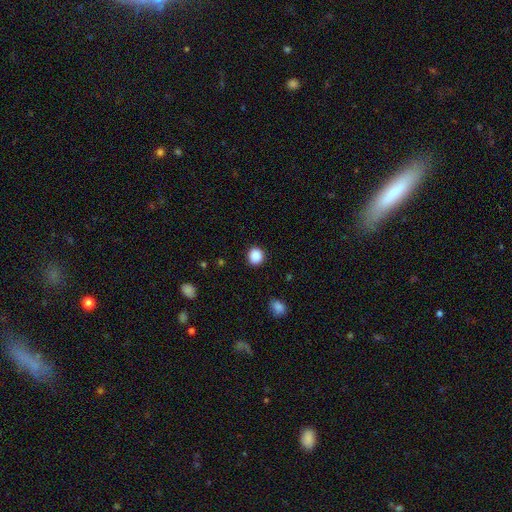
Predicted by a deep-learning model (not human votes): A smooth galaxy with no disk features (89%) that is round (86%).

Vote fractions:
- Smooth or featured? smooth: 89% / star or artifact: 9% / featured or disk: 2%
- How rounded? round: 86% / in between: 14% / cigar-shaped: 1%
- Merging? none: 91% / minor disturbance: 6% / major disturbance: 2% / merger: 1%